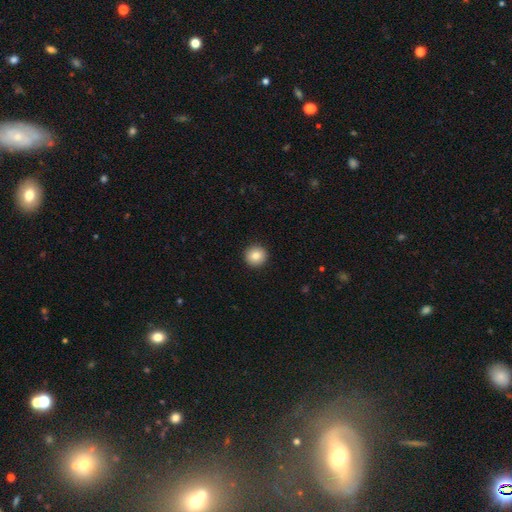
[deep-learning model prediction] Overall: smooth (84%). How rounded: round (94%). Merging: none (93%).